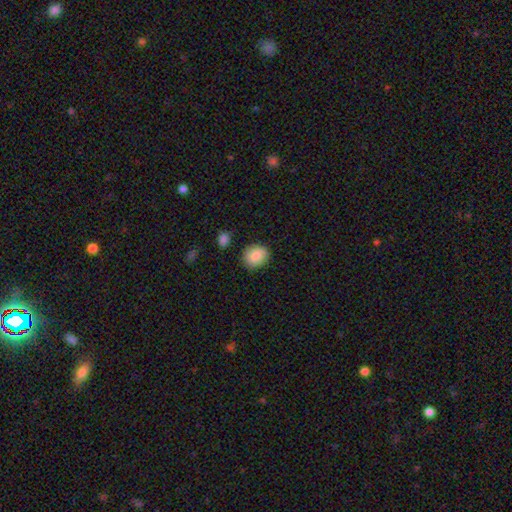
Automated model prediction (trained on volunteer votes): Smooth or featured: smooth — 86% (star or artifact — 7%)
How rounded: round — 58% (in between — 41%)
Merging: none — 84% (minor disturbance — 11%)